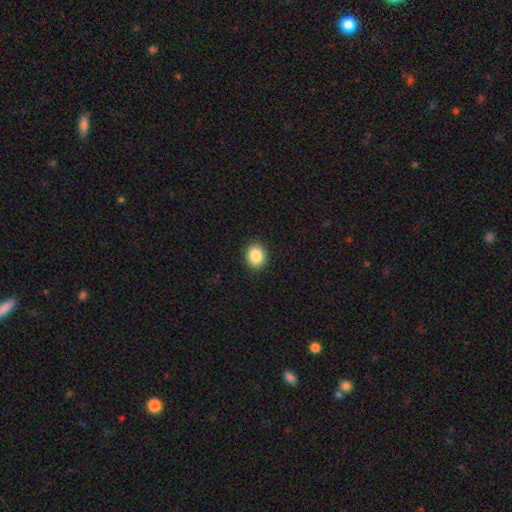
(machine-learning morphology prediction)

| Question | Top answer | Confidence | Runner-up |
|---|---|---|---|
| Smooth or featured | smooth | 86% | star or artifact (9%) |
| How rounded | round | 60% | in between (40%) |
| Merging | none | 91% | minor disturbance (6%) |